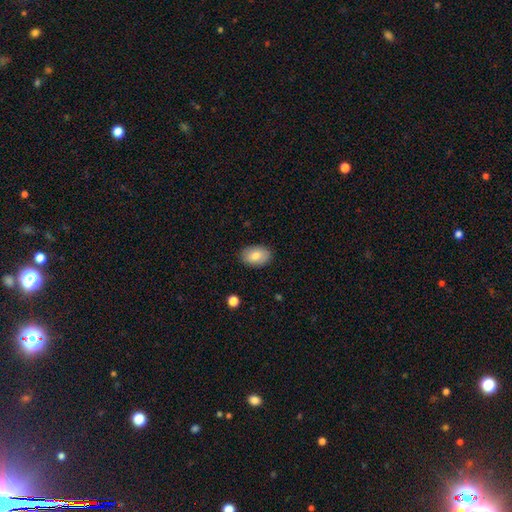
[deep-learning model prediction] Smooth or featured?
  - smooth: 81% *
  - featured or disk: 12%
  - star or artifact: 7%
How rounded?
  - in between: 86% *
  - round: 13%
  - cigar-shaped: 1%
Merging?
  - none: 88% *
  - minor disturbance: 9%
  - major disturbance: 2%
  - merger: 1%